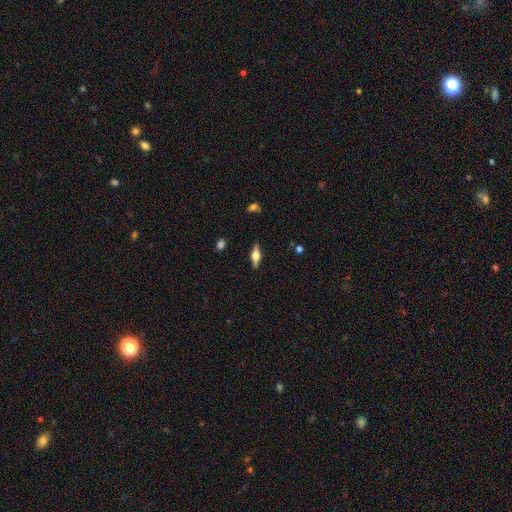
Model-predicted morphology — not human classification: Smooth or featured? Predicted: featured or disk (p=0.52). Edge-on disk? Predicted: yes (p=0.93). Merging? Predicted: none (p=0.87).